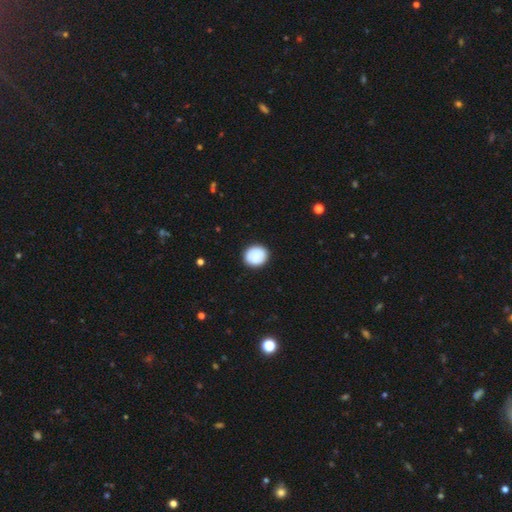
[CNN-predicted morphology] type=smooth (85%); roundness=round (79%); merging=none (89%).